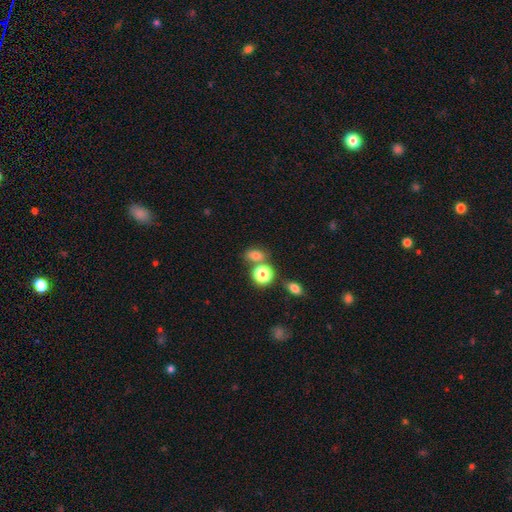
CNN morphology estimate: This appears to be a smooth galaxy with no disk features (75%) that is in between round and cigar-shaped (57%). Merging: none (61%).